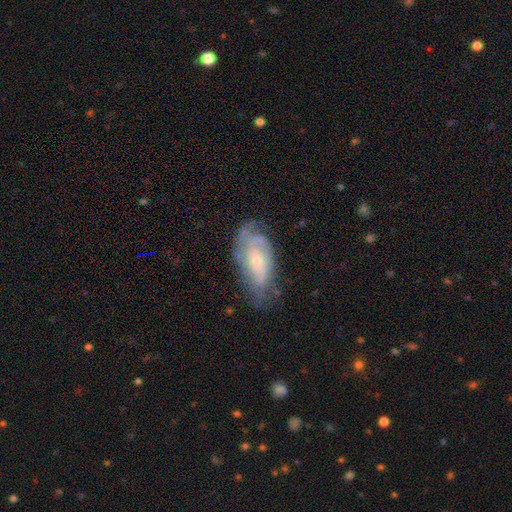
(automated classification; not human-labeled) Smooth or featured? featured or disk (69%)
Edge-on disk? no (91%)
Bar? no (67%)
Spiral arms? yes (83%)
Spiral winding? tight (56%)
Spiral arm count? can't tell (51%)
Bulge size? small (67%)
Merging? none (61%)